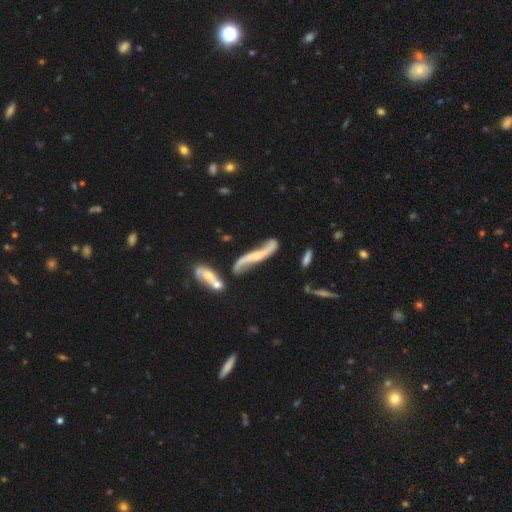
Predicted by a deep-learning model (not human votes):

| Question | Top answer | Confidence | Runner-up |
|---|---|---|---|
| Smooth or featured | featured or disk | 82% | smooth (11%) |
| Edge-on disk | no | 75% | yes (25%) |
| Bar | no | 49% | weak (33%) |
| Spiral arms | yes | 93% | no (7%) |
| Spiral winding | loose | 88% | medium (9%) |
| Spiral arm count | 2 | 92% | can't tell (3%) |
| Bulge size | small | 49% | none (24%) |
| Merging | none | 56% | minor disturbance (19%) |